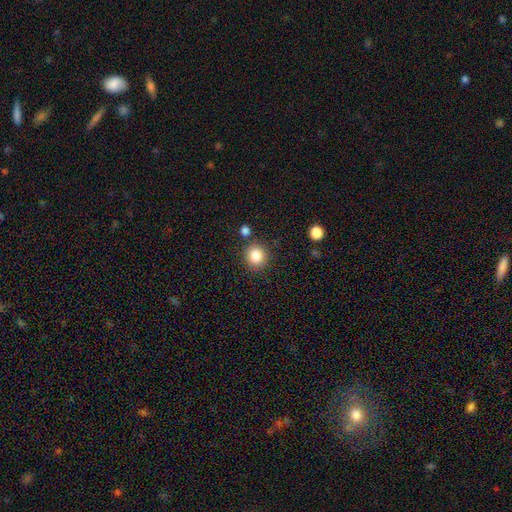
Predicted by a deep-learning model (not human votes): smooth_or_featured: smooth (p=0.86) [alt: star or artifact p=0.10]
how_rounded: round (p=0.89) [alt: in between p=0.10]
merging: none (p=0.83) [alt: minor disturbance p=0.09]